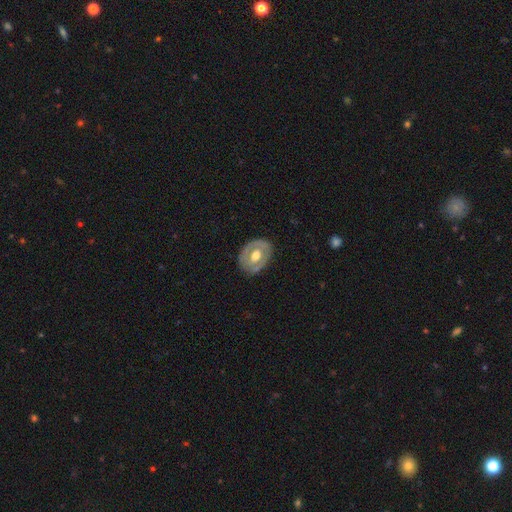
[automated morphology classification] Smooth or featured? Predicted: featured or disk (p=0.60). Edge-on disk? Predicted: no (p=0.93). Bar? Predicted: no (p=0.66). Spiral arms? Predicted: no (p=0.77). Bulge size? Predicted: moderate (p=0.72). Merging? Predicted: none (p=0.79).